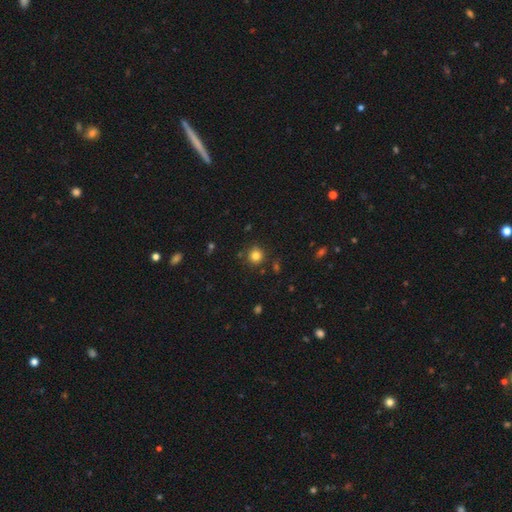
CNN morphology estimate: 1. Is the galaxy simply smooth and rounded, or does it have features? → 81% smooth, 13% star or artifact, 6% featured or disk.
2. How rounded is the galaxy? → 93% round, 6% in between, 1% cigar-shaped.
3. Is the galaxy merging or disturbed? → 86% none, 8% minor disturbance, 3% merger, 3% major disturbance.